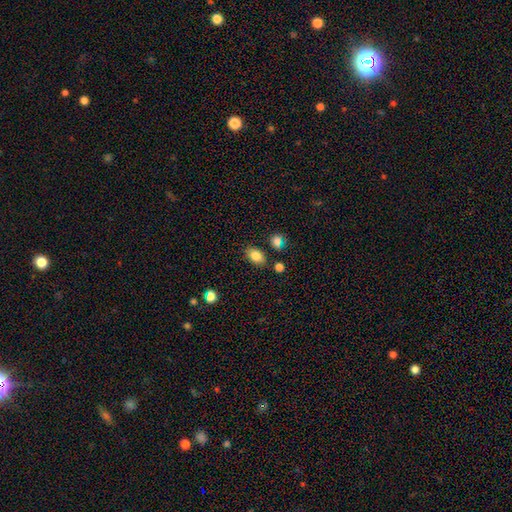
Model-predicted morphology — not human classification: smooth 84%, star or artifact 9%, featured or disk 7%. Down the decision tree: how rounded — in between (86%); merging — none (81%).